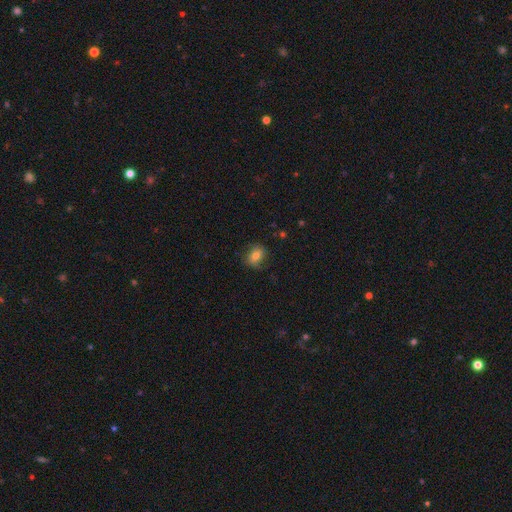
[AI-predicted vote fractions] This appears to be a smooth galaxy with no disk features (71%) that is in between round and cigar-shaped (52%). Merging: none (75%).